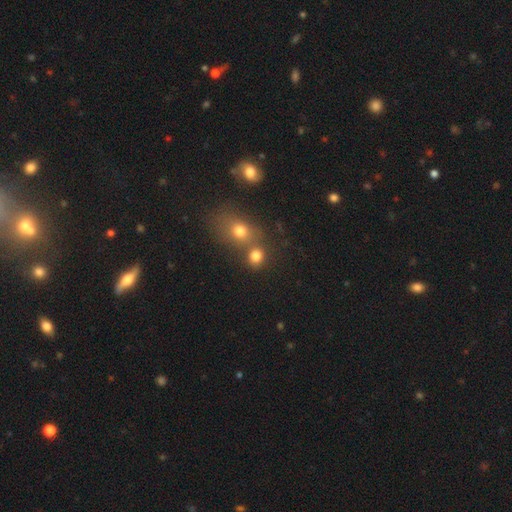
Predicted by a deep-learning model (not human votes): A smooth galaxy with no disk features (78%) that is round (75%). Merging: none (51%).